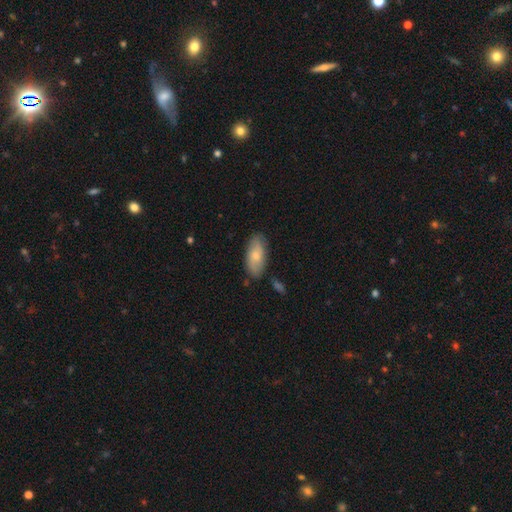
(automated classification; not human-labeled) Smooth or featured: smooth — 70% (featured or disk — 24%)
How rounded: in between — 88% (cigar-shaped — 9%)
Merging: none — 79% (minor disturbance — 15%)